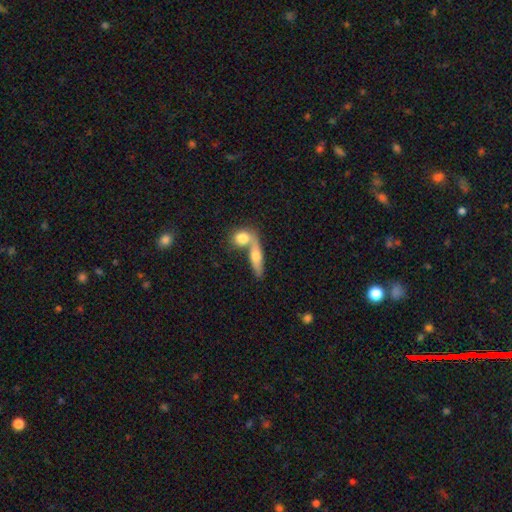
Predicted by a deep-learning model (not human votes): smooth-or-featured: smooth: 59% | featured or disk: 35% | star or artifact: 7%
  how-rounded: in between: 47% | cigar-shaped: 43% | round: 10%
  merging: merger: 51% | none: 37% | minor disturbance: 8% | major disturbance: 4%